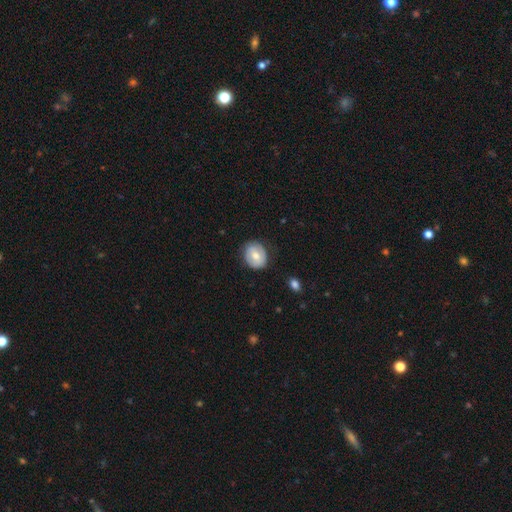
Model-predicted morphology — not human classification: type=smooth (58%); roundness=round (65%); merging=none (79%).